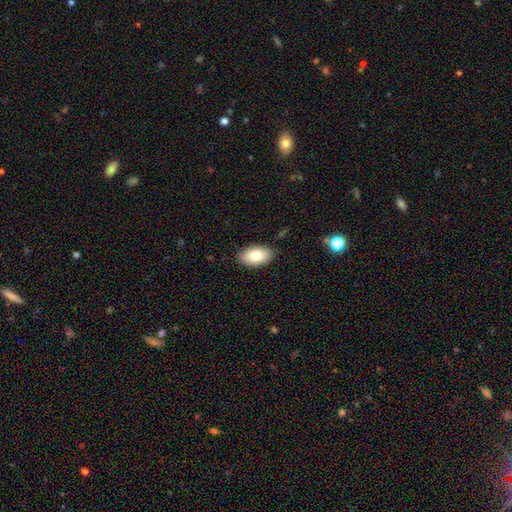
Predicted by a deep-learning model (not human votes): smooth 81%, featured or disk 12%, star or artifact 7%. Down the decision tree: how rounded — in between (94%); merging — none (87%).